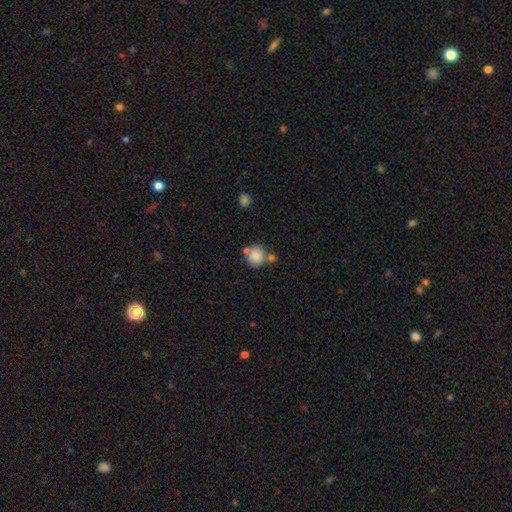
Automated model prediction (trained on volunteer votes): Smooth or featured? Predicted: smooth (p=0.84). How rounded? Predicted: round (p=0.89). Merging? Predicted: none (p=0.59).